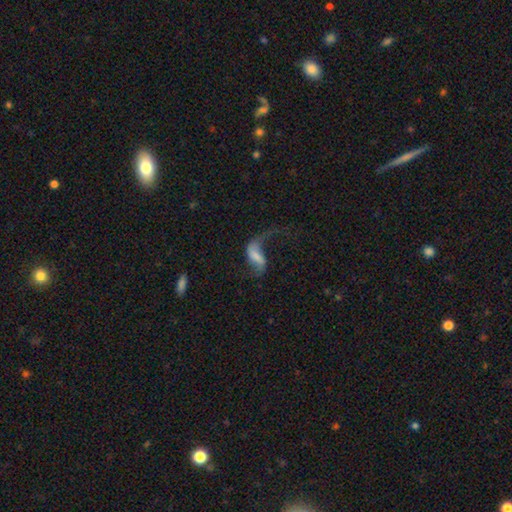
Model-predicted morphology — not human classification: type=featured or disk (64%); edge-on=no (95%); bar=weak (37%, tied with strong); spiral arms=yes (85%); winding=loose (91%); arm count=2 (75%); bulge=none (49%); merging=major disturbance (40%).